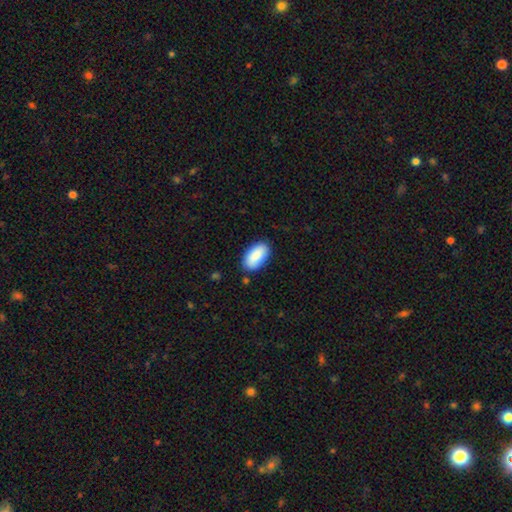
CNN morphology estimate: smooth-or-featured: smooth: 88% | star or artifact: 6% | featured or disk: 6%
  how-rounded: in between: 95% | cigar-shaped: 3% | round: 2%
  merging: none: 84% | minor disturbance: 12% | major disturbance: 2% | merger: 2%